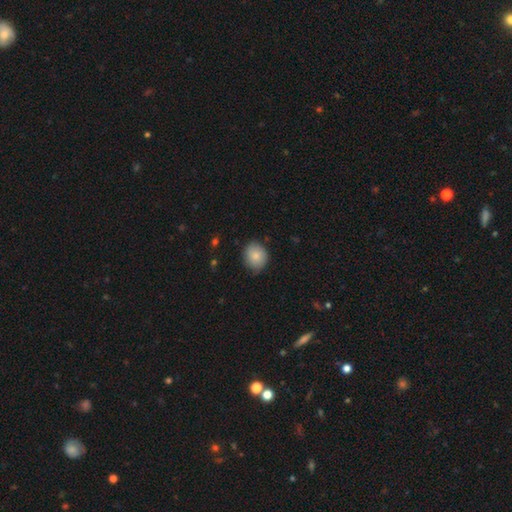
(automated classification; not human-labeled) Smooth or featured: smooth — 83% (featured or disk — 9%)
How rounded: round — 70% (in between — 29%)
Merging: none — 79% (minor disturbance — 17%)